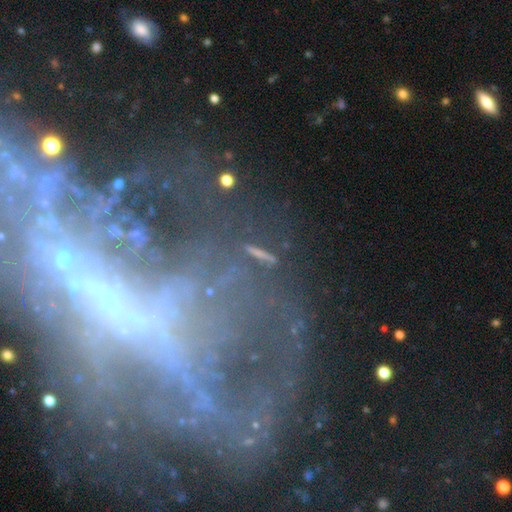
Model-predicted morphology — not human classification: Smooth or featured? Predicted: featured or disk (p=0.61). Edge-on disk? Predicted: no (p=0.88). Bar? Predicted: no (p=0.48). Spiral arms? Predicted: no (p=0.52). Bulge size? Predicted: none (p=0.39). Merging? Predicted: none (p=0.52).